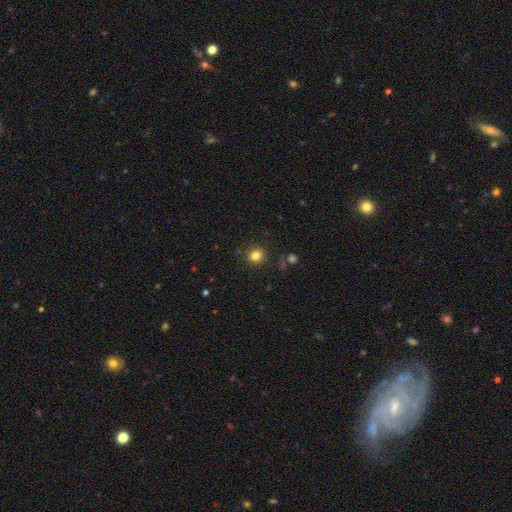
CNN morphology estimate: Smooth or featured? Predicted: smooth (p=0.81). How rounded? Predicted: round (p=0.90). Merging? Predicted: none (p=0.88).